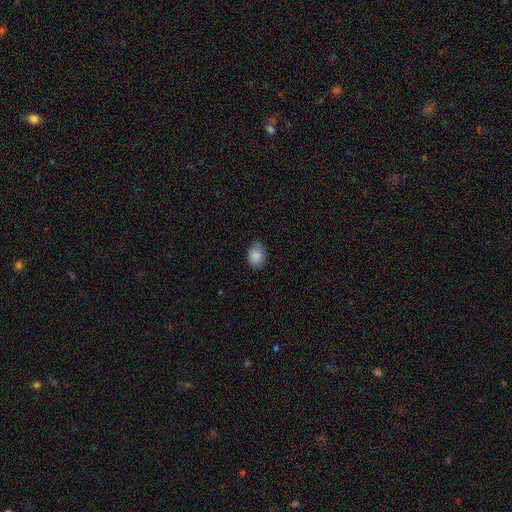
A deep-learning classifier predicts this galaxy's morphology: smooth-or-featured: smooth: 88% | star or artifact: 8% | featured or disk: 5%
  how-rounded: in between: 71% | round: 28% | cigar-shaped: 1%
  merging: none: 78% | minor disturbance: 18% | major disturbance: 3% | merger: 1%